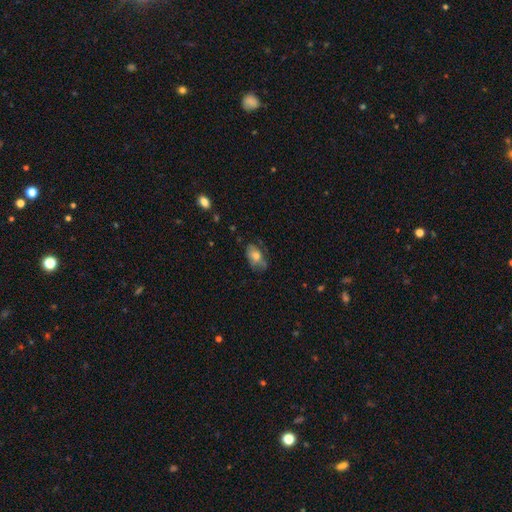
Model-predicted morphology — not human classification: Smooth or featured?
  - smooth: 64% *
  - featured or disk: 27%
  - star or artifact: 9%
How rounded?
  - in between: 87% *
  - round: 11%
  - cigar-shaped: 2%
Merging?
  - none: 53% *
  - minor disturbance: 30%
  - major disturbance: 14%
  - merger: 3%